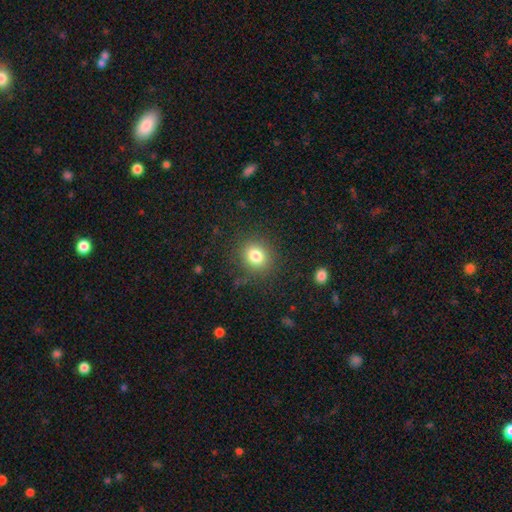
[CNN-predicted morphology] Smooth or featured? Predicted: smooth (p=0.80). How rounded? Predicted: round (p=0.77). Merging? Predicted: none (p=0.85).